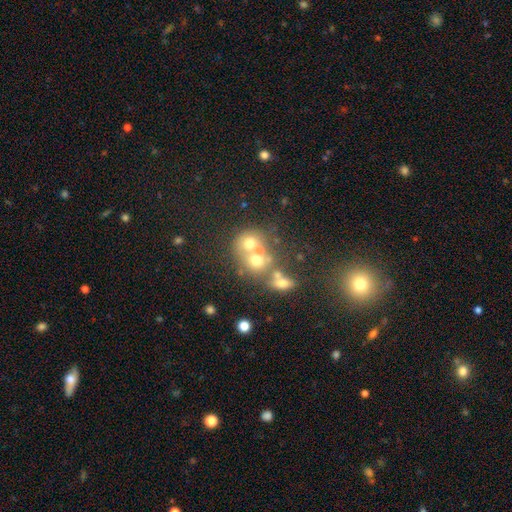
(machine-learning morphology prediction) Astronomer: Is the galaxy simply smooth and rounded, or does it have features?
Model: smooth — 49% (runner-up: star or artifact, 27%).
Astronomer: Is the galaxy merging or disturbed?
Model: merger — 46% (runner-up: none, 40%).